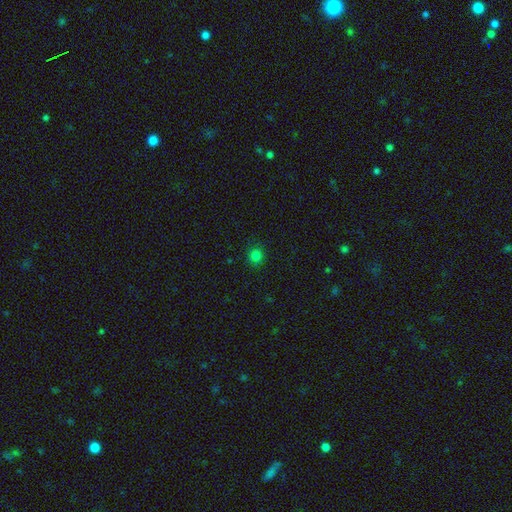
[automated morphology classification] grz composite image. It shows a smooth galaxy with no disk features (80%) that is round (90%). Merging: none (90%).